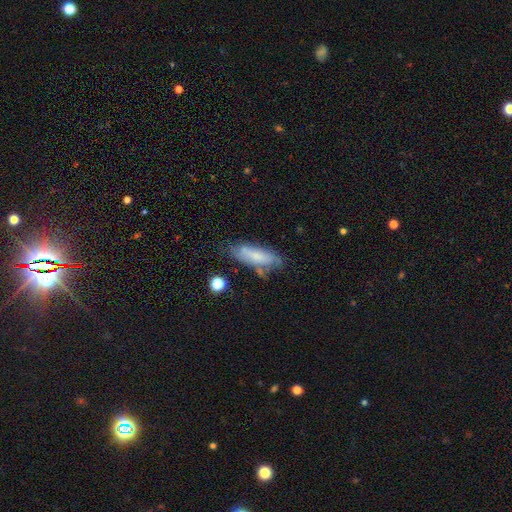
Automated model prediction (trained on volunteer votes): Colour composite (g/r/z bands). It shows a smooth galaxy with no disk features (56%) that is in between round and cigar-shaped (51%). Merging: none (69%).